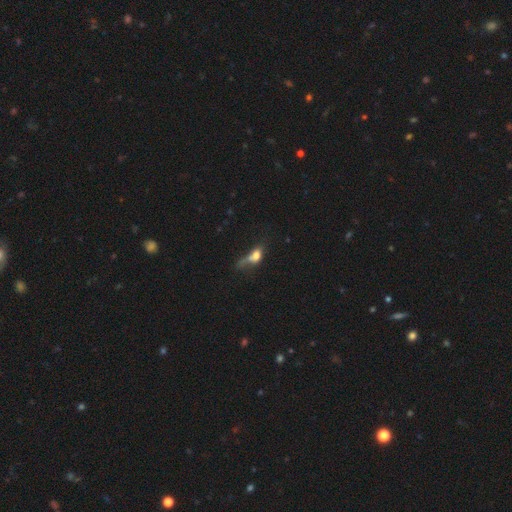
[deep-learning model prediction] A smooth galaxy with no disk features (63%) that is in between round and cigar-shaped (63%). Merging: major disturbance (38%).